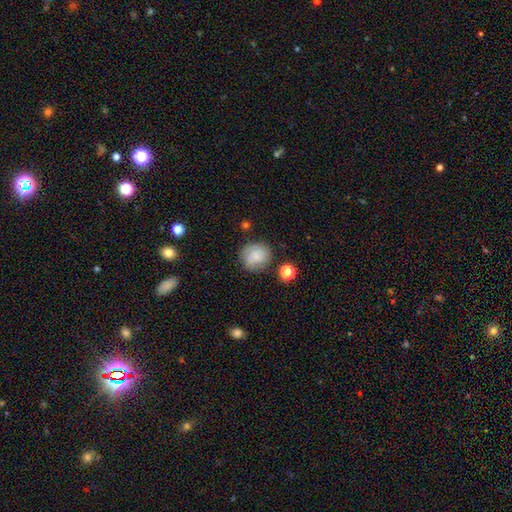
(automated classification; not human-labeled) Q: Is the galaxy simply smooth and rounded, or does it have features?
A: smooth — 71%.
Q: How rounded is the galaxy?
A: round — 86%.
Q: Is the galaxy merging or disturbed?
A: none — 71%.